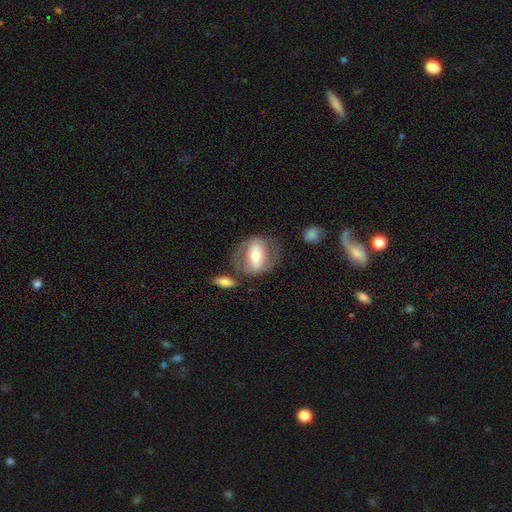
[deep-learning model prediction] Smooth or featured? Predicted: featured or disk (p=0.56). Edge-on disk? Predicted: no (p=0.89). Merging? Predicted: none (p=0.64).